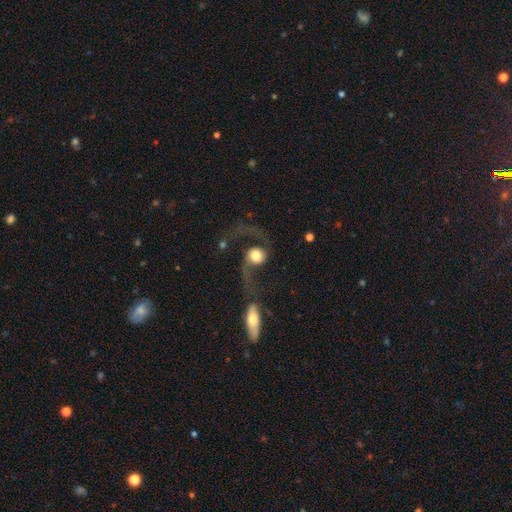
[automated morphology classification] A featured or disk galaxy (67%) with no bar (71%), 2 (85%) loose (86%) spiral arms (90%) and a large central bulge (43%). Merging: none (40%).